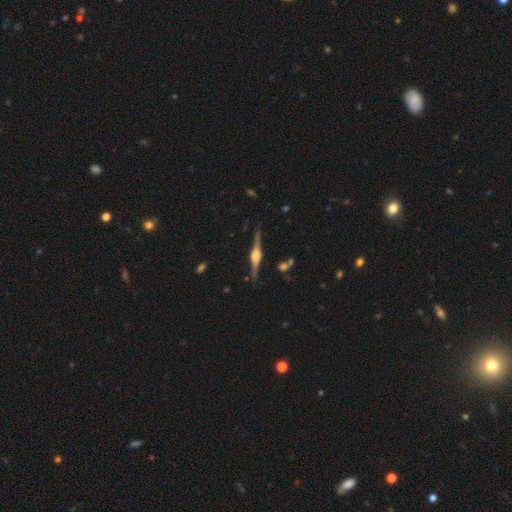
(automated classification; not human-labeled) smooth_or_featured: featured or disk (p=0.86) [alt: smooth p=0.08]
disk_edge_on: yes (p=0.98) [alt: no p=0.02]
edge_on_bulge: rounded (p=0.88) [alt: boxy p=0.10]
merging: none (p=0.85) [alt: minor disturbance p=0.10]